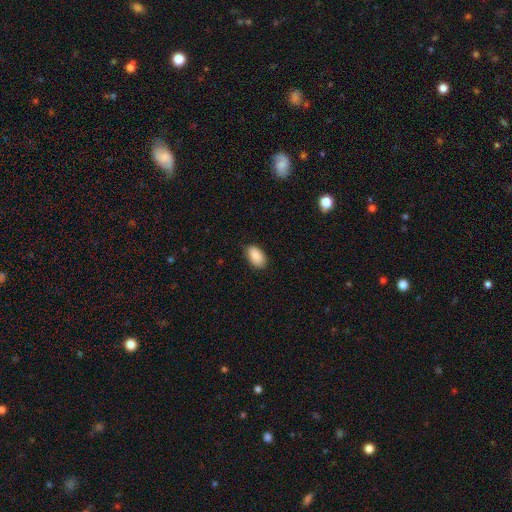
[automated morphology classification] This appears to be a smooth galaxy with no disk features (89%) that is in between round and cigar-shaped (94%). Merging: none (83%).